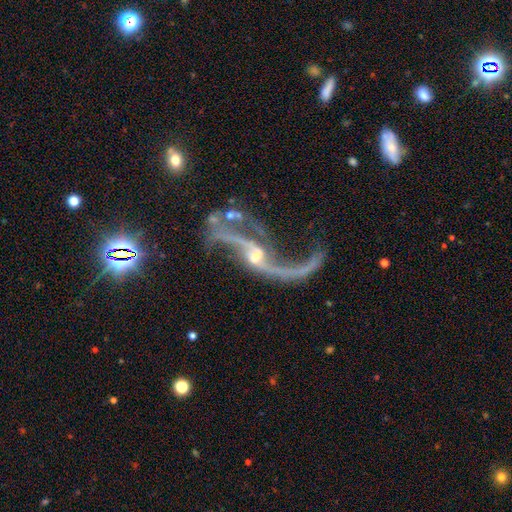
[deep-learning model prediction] Smooth or featured? featured or disk (90%)
Edge-on disk? no (95%)
Bar? no (40%)
Spiral arms? yes (94%)
Spiral winding? loose (93%)
Spiral arm count? 2 (88%)
Bulge size? small (59%)
Merging? none (46%)